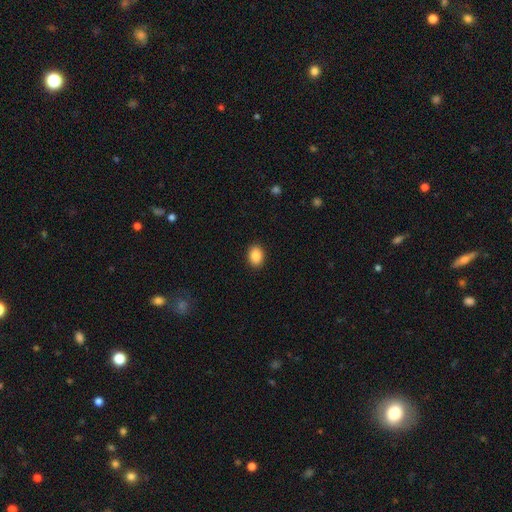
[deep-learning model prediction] Smooth or featured? smooth (89%)
How rounded? in between (73%)
Merging? none (91%)